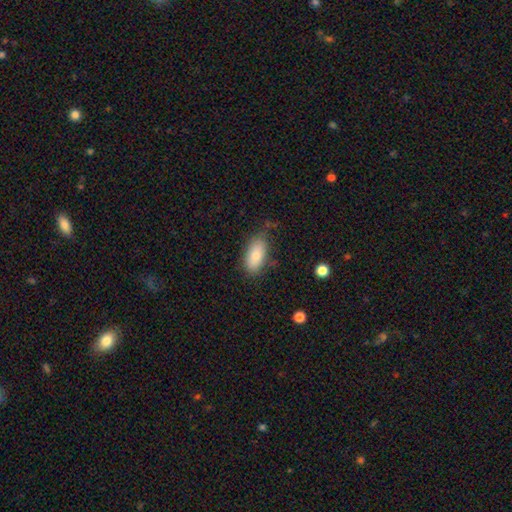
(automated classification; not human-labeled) Smooth or featured?
  - smooth: 82% *
  - featured or disk: 11%
  - star or artifact: 7%
How rounded?
  - in between: 91% *
  - cigar-shaped: 5%
  - round: 3%
Merging?
  - none: 70% *
  - minor disturbance: 22%
  - major disturbance: 6%
  - merger: 3%